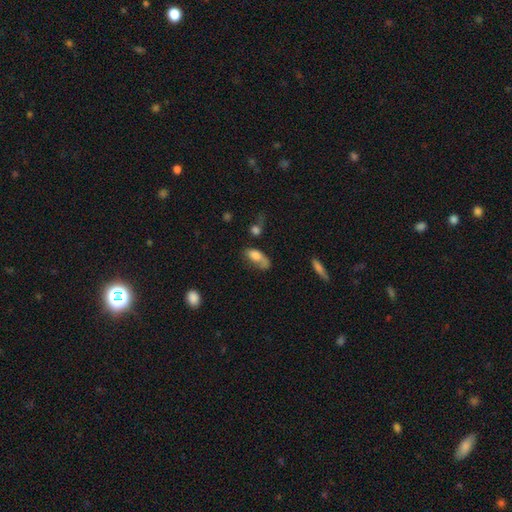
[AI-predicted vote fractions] smooth_or_featured: smooth (p=0.69) [alt: featured or disk p=0.22]
how_rounded: in between (p=0.86) [alt: round p=0.07]
merging: major disturbance (p=0.33) [alt: none p=0.31]